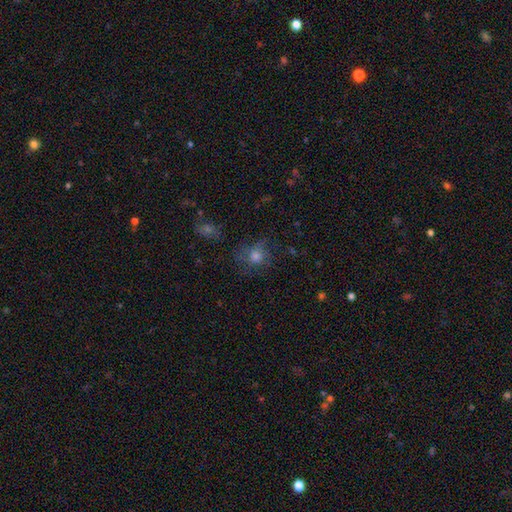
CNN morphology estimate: This is possibly a smooth galaxy (55%). How rounded: likely round (77%). Merging: likely none (62%).